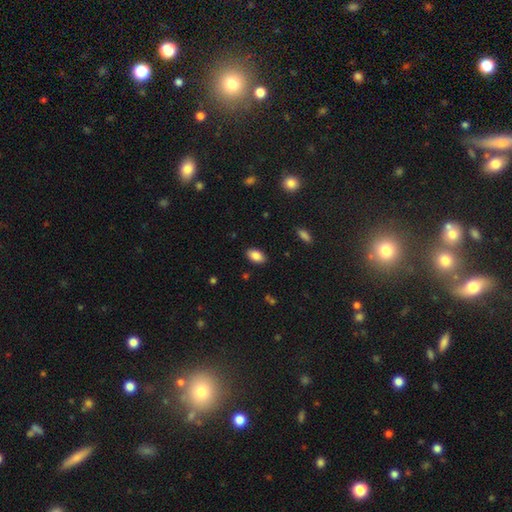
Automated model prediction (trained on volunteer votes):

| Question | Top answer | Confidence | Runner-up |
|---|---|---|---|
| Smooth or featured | smooth | 87% | star or artifact (8%) |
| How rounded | in between | 92% | round (6%) |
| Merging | none | 88% | minor disturbance (9%) |